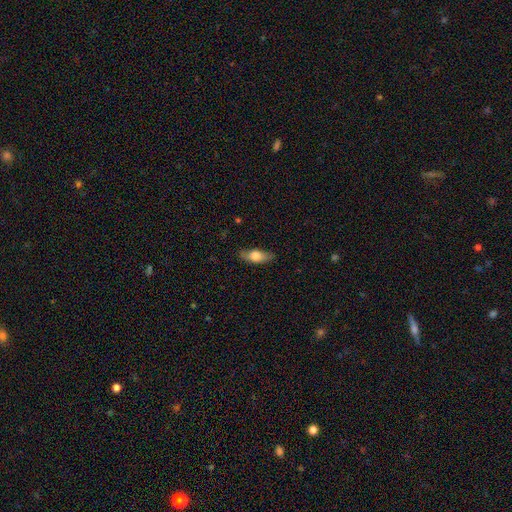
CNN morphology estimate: A smooth galaxy with no disk features (69%) that is in between round and cigar-shaped (76%).

Vote fractions:
- Smooth or featured? smooth: 69% / featured or disk: 25% / star or artifact: 6%
- How rounded? in between: 76% / cigar-shaped: 21% / round: 4%
- Merging? none: 81% / minor disturbance: 15% / major disturbance: 3% / merger: 1%